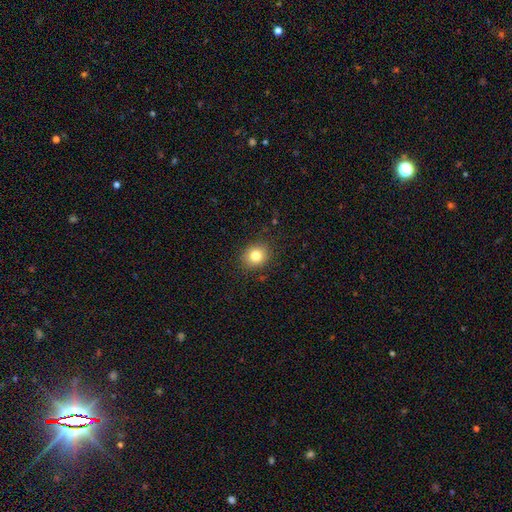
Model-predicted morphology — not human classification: This appears to be a smooth galaxy with no disk features (81%) that is round (75%). Merging: none (89%).